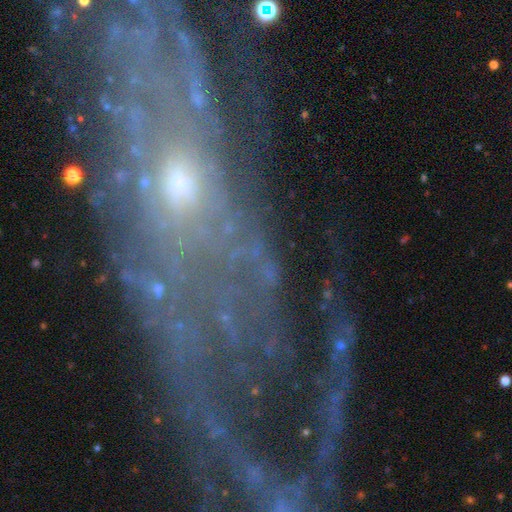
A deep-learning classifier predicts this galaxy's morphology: Smooth or featured? featured or disk (71%)
Edge-on disk? no (91%)
Bar? no (65%)
Spiral arms? yes (73%)
Bulge size? small (62%)
Merging? none (50%)